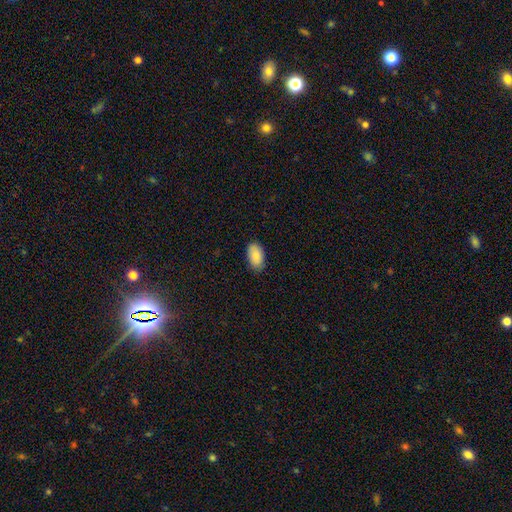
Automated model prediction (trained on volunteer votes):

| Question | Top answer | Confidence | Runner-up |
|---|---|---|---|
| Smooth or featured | smooth | 89% | star or artifact (6%) |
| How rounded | in between | 95% | round (4%) |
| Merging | none | 84% | minor disturbance (13%) |